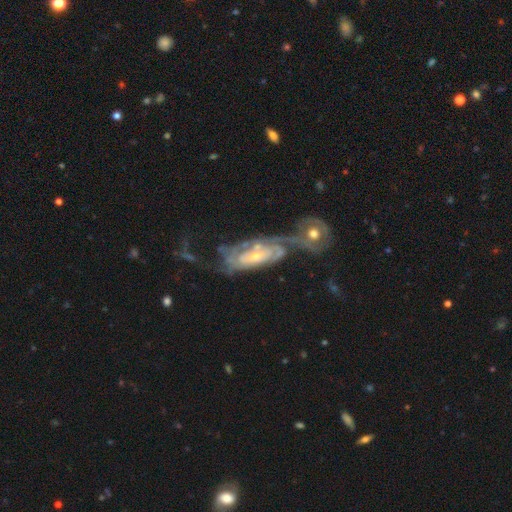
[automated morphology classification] This is clearly a featured or disk galaxy (81%). It is clearly not viewed edge-on (91%). Bar: likely no (70%). Spiral arm pattern: clearly yes (89%). Spiral arm count: possibly can't tell (53%). Spiral winding: likely tight (68%). Central bulge: likely small (62%). Merging: marginally merger (36%).